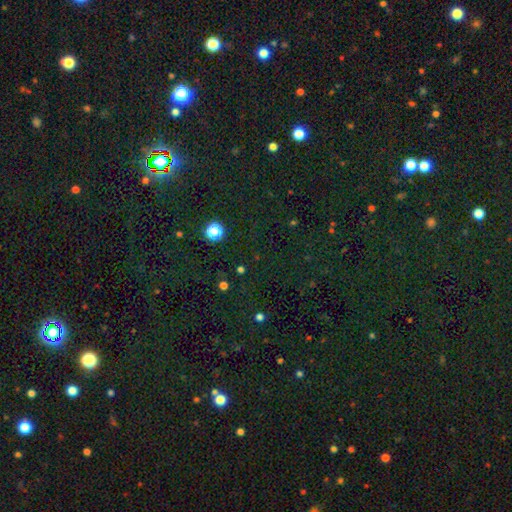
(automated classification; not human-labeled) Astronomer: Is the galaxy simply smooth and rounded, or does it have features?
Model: star or artifact — 77%.